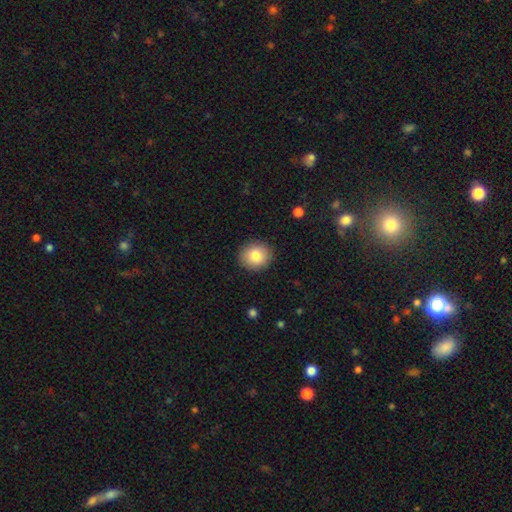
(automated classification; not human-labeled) Smooth or featured? smooth (81%)
How rounded? round (84%)
Merging? none (91%)